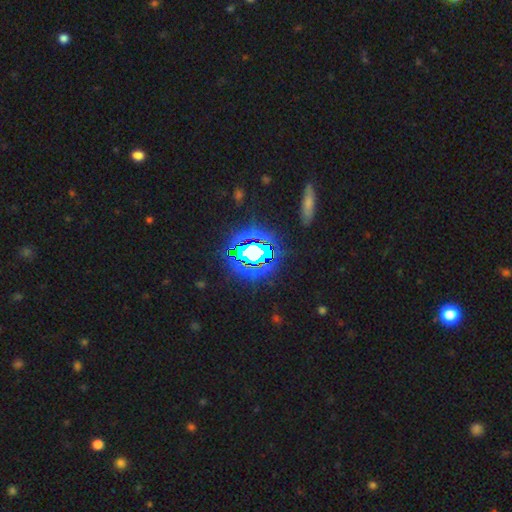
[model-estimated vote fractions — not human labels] The model was most divided on "smooth or featured": star or artifact: 75%, smooth: 14%, featured or disk: 11%.